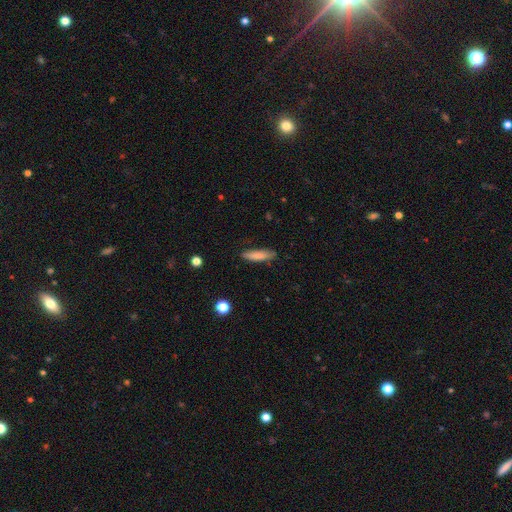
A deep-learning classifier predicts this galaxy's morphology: This is likely a smooth galaxy (75%). How rounded: likely cigar-shaped (78%). Merging: clearly none (87%).